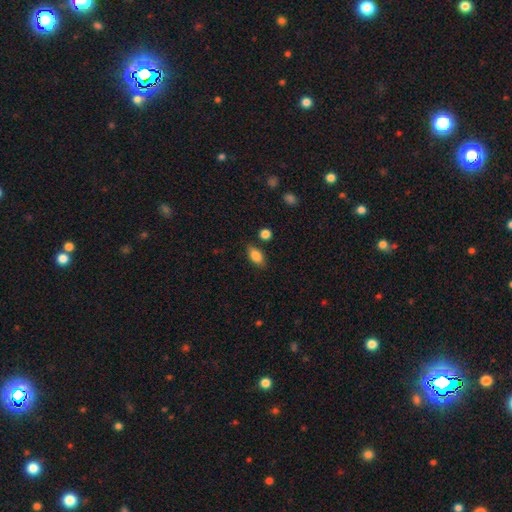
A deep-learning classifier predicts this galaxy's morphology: The model was most divided on "merging": none: 80%, minor disturbance: 13%, merger: 3%, major disturbance: 3%. More confident: how rounded — in between (87%); smooth or featured — smooth (83%).